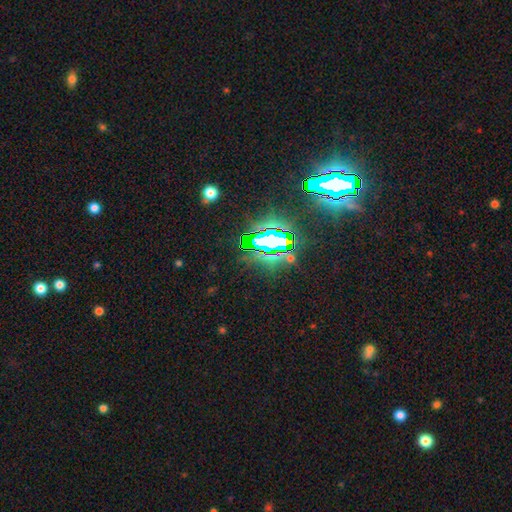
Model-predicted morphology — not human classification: Smooth or featured? Predicted: star or artifact (p=0.79).